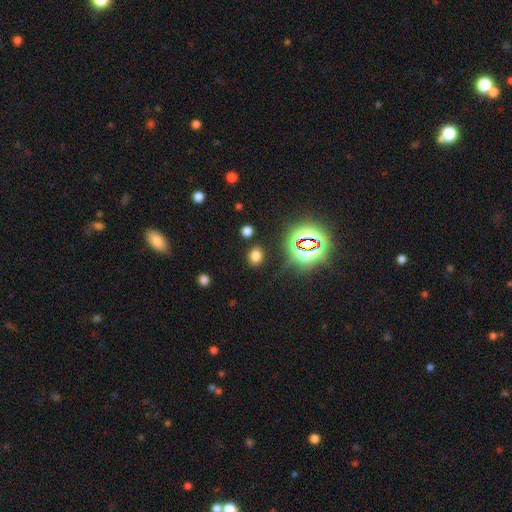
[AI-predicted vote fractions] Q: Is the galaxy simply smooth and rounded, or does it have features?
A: smooth — 68%.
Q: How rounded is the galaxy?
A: in between — 58%.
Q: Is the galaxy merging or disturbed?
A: none — 84%.